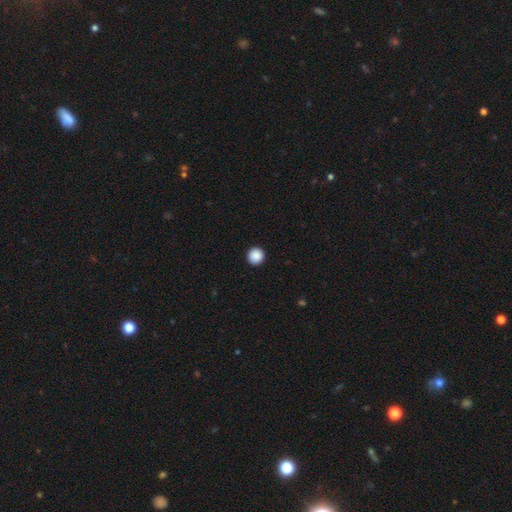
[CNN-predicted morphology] A smooth galaxy with no disk features (89%) that is round (96%).

Vote fractions:
- Smooth or featured? smooth: 89% / star or artifact: 9% / featured or disk: 2%
- How rounded? round: 96% / in between: 3% / cigar-shaped: 1%
- Merging? none: 94% / minor disturbance: 4% / major disturbance: 1% / merger: 1%